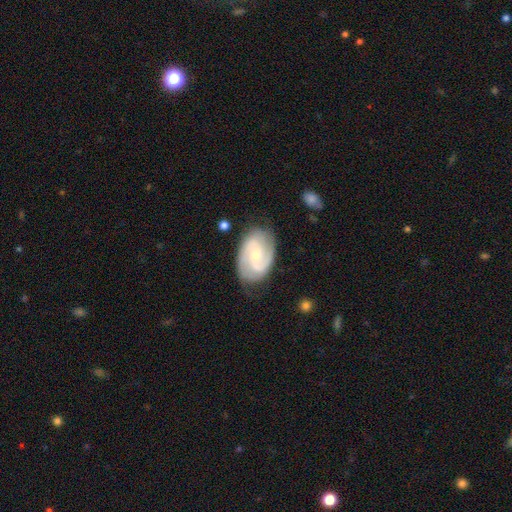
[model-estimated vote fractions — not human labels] Q: Smooth or featured?
A: featured or disk (82%); runner-up: smooth (13%)
Q: Edge-on disk?
A: no (97%); runner-up: yes (3%)
Q: Bar?
A: no (46%); runner-up: weak (44%)
Q: Spiral arms?
A: yes (96%); runner-up: no (4%)
Q: Spiral winding?
A: medium (48%); runner-up: tight (37%)
Q: Spiral arm count?
A: 2 (81%); runner-up: can't tell (8%)
Q: Bulge size?
A: small (59%); runner-up: moderate (35%)
Q: Merging?
A: none (78%); runner-up: minor disturbance (16%)